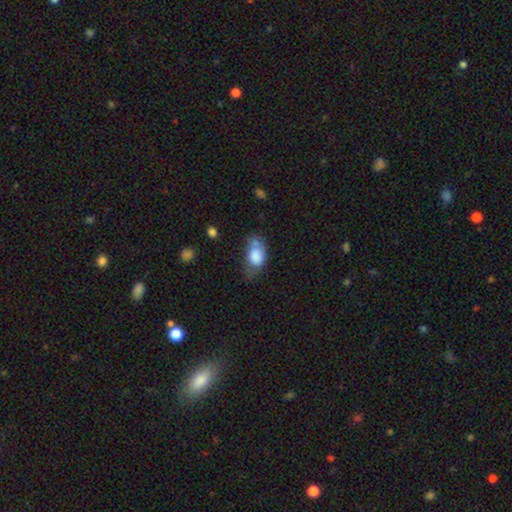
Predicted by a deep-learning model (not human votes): Smooth or featured? Predicted: smooth (p=0.78). How rounded? Predicted: in between (p=0.87). Merging? Predicted: none (p=0.34, tied with minor disturbance).